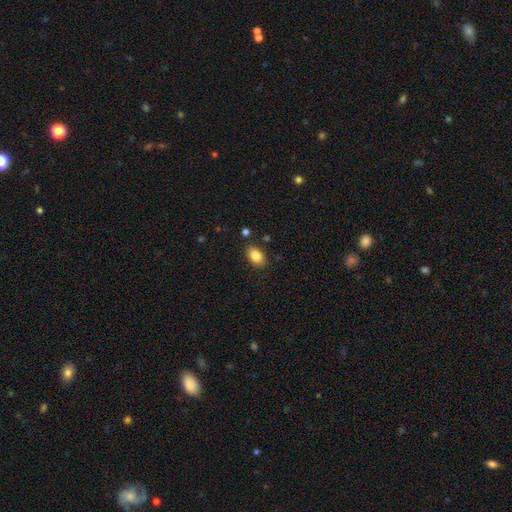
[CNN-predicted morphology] Smooth or featured: smooth — 85% (star or artifact — 8%)
How rounded: in between — 83% (round — 15%)
Merging: none — 84% (minor disturbance — 10%)